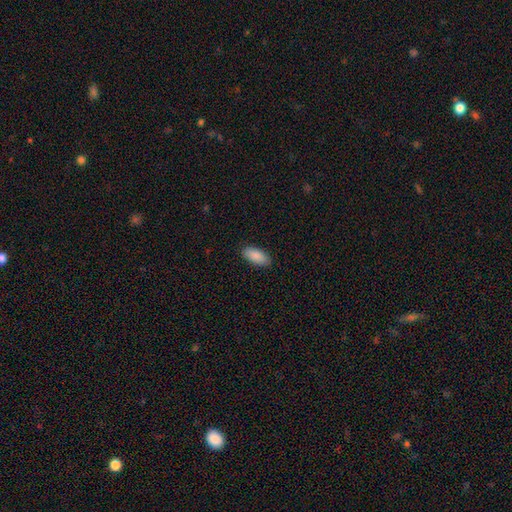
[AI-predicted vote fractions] Smooth or featured? smooth (90%)
How rounded? in between (88%)
Merging? none (89%)